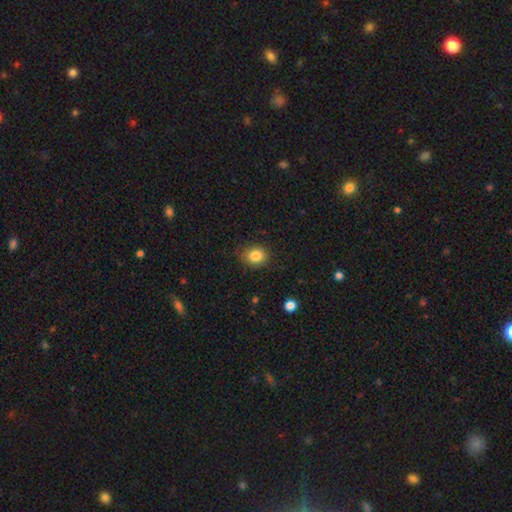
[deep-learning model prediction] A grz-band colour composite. It shows a smooth galaxy with no disk features (84%) that is round (63%). Merging: none (83%).